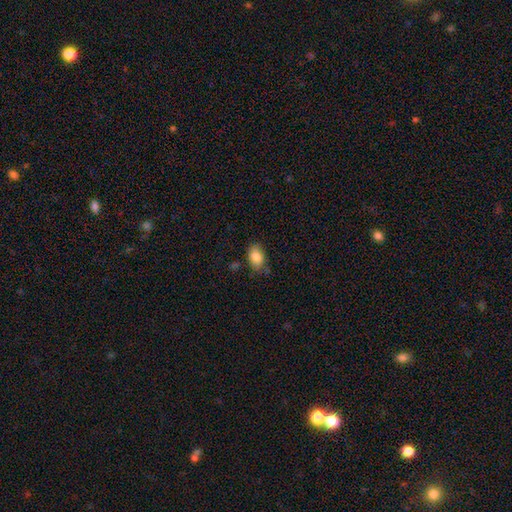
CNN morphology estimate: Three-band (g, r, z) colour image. It shows a smooth galaxy with no disk features (84%) that is in between round and cigar-shaped (87%). Merging: none (73%).